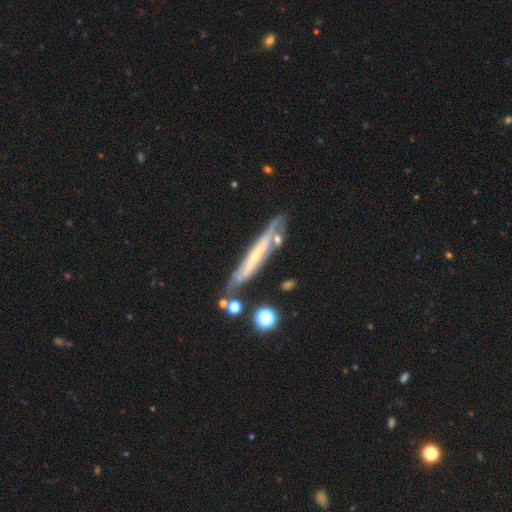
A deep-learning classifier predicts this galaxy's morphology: This appears to be a featured or disk galaxy (67%) viewed edge-on (76%) with no central bulge (64%). Merging: none (68%).